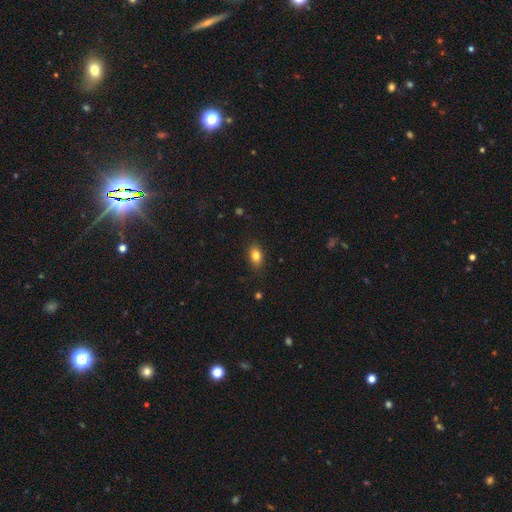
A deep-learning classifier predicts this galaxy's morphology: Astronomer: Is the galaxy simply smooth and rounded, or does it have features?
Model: smooth — 81%.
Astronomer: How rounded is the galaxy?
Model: in between — 82%.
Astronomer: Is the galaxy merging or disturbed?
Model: none — 85%.